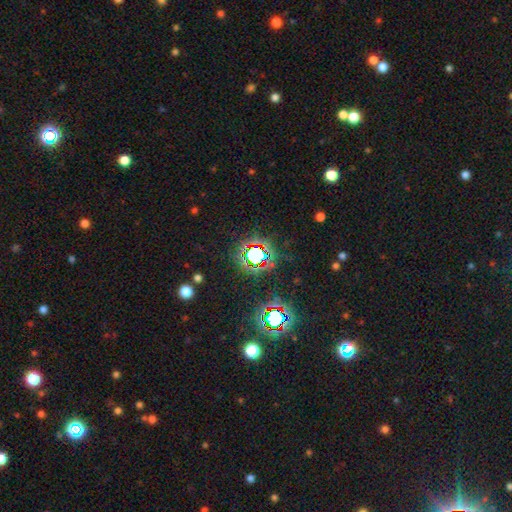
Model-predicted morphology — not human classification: This appears to be a star or artifact, not a galaxy (70%).